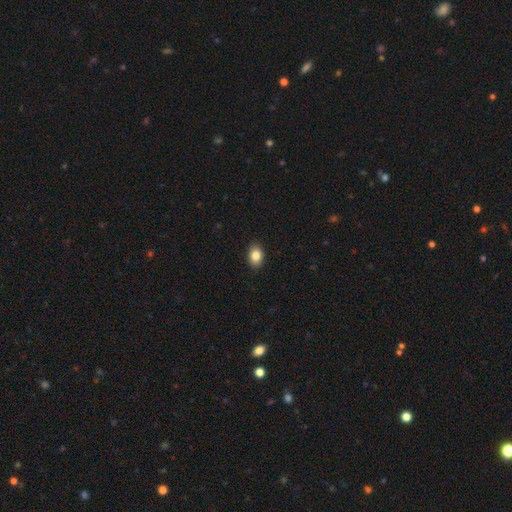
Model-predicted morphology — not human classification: A smooth galaxy with no disk features (85%) that is in between round and cigar-shaped (79%). Merging: none (90%).